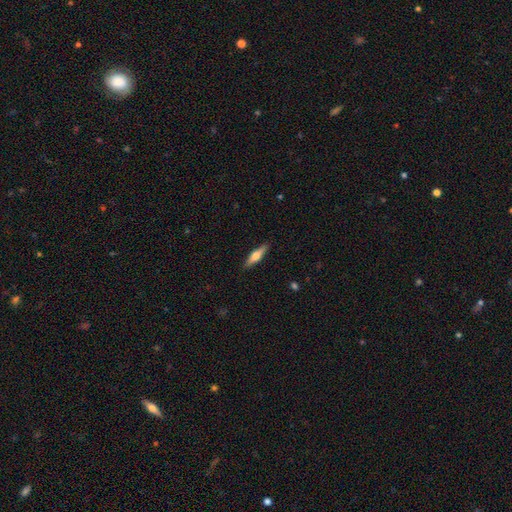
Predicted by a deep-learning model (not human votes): A smooth galaxy with no disk features (51%) that is cigar-shaped (73%).

Vote fractions:
- Smooth or featured? smooth: 51% / featured or disk: 43% / star or artifact: 6%
- How rounded? cigar-shaped: 73% / in between: 24% / round: 2%
- Merging? none: 88% / minor disturbance: 9% / major disturbance: 2% / merger: 1%